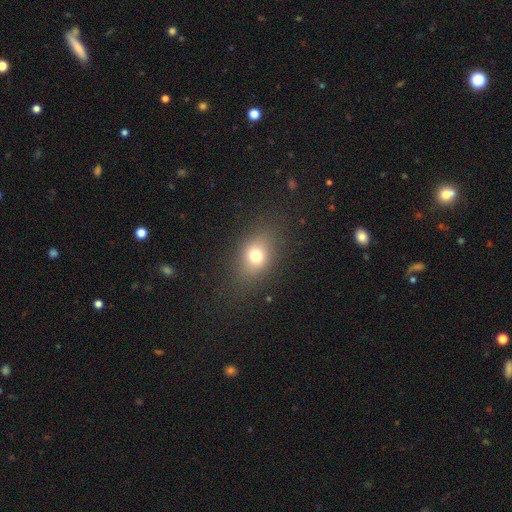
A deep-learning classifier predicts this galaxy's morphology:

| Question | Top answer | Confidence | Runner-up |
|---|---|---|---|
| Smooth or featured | smooth | 73% | star or artifact (14%) |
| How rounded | in between | 61% | round (37%) |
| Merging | none | 81% | minor disturbance (12%) |